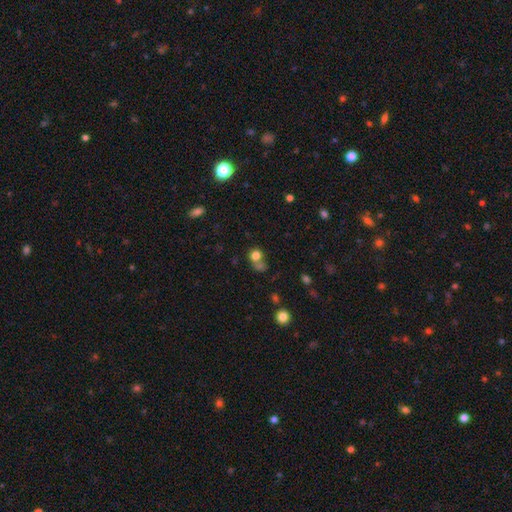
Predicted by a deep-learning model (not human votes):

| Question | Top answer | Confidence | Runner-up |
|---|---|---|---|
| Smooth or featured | smooth | 76% | star or artifact (14%) |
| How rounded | round | 80% | in between (19%) |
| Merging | none | 44% | merger (36%) |